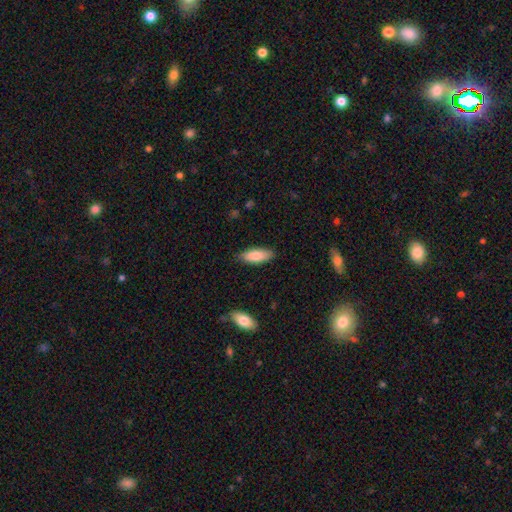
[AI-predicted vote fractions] This appears to be a smooth galaxy with no disk features (84%) that is in between round and cigar-shaped (71%). Merging: none (84%).